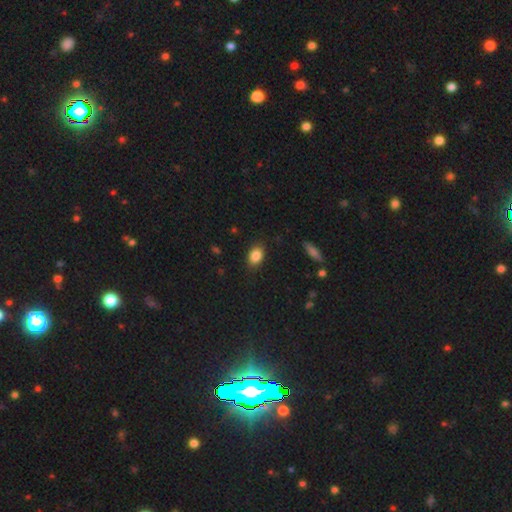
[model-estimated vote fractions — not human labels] Morphology: type=smooth (85%); roundness=in between (79%); merging=none (85%).